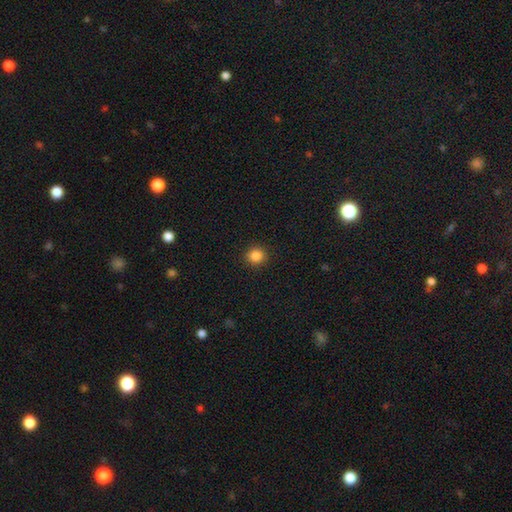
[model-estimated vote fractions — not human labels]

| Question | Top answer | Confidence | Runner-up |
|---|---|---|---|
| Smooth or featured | smooth | 85% | star or artifact (11%) |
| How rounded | round | 92% | in between (7%) |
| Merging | none | 92% | minor disturbance (5%) |